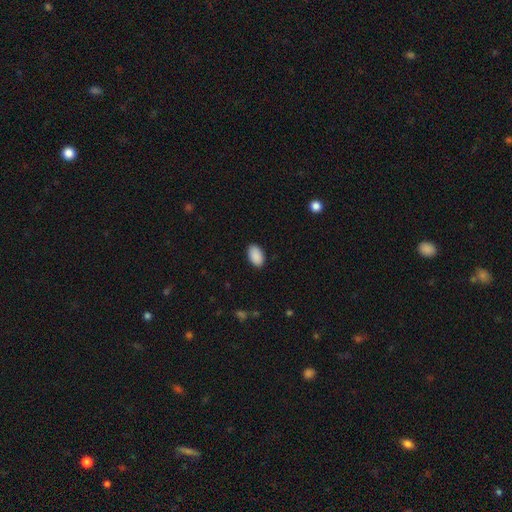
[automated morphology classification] type=smooth (91%); roundness=in between (94%); merging=none (89%).